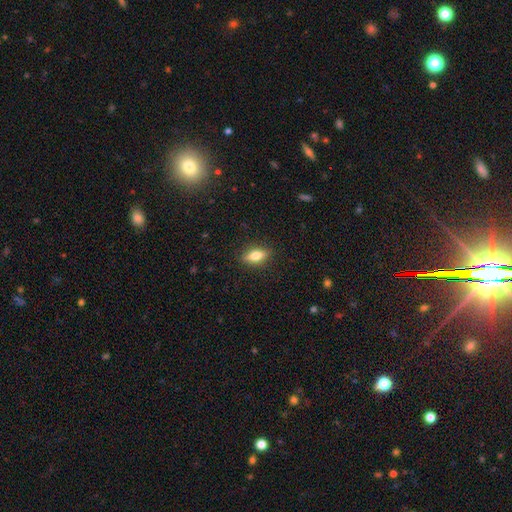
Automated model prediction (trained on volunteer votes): Smooth or featured? Predicted: smooth (p=0.70). How rounded? Predicted: in between (p=0.72). Merging? Predicted: none (p=0.87).